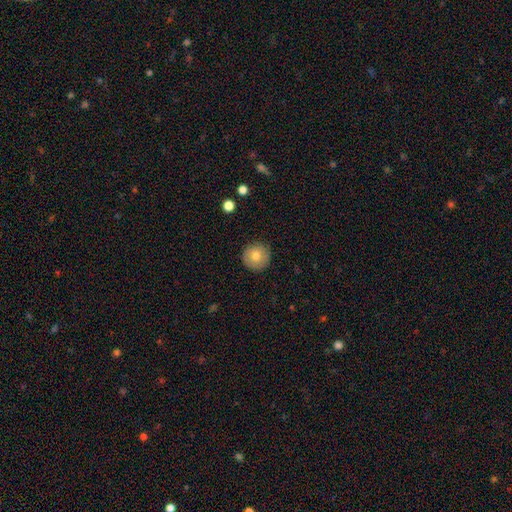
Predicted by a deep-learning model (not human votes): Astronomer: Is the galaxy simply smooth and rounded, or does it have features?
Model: smooth — 77%.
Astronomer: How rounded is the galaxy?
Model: round — 95%.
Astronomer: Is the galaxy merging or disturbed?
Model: none — 90%.